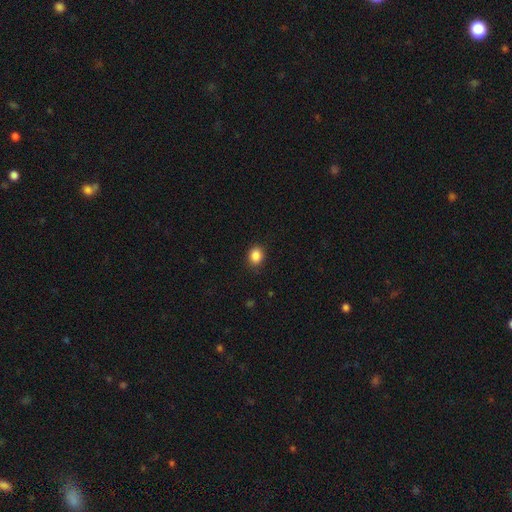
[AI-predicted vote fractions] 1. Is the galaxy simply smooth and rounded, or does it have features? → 87% smooth, 10% star or artifact, 3% featured or disk.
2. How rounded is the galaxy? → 56% round, 43% in between, 1% cigar-shaped.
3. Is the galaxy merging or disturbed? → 87% none, 10% minor disturbance, 2% major disturbance, 1% merger.